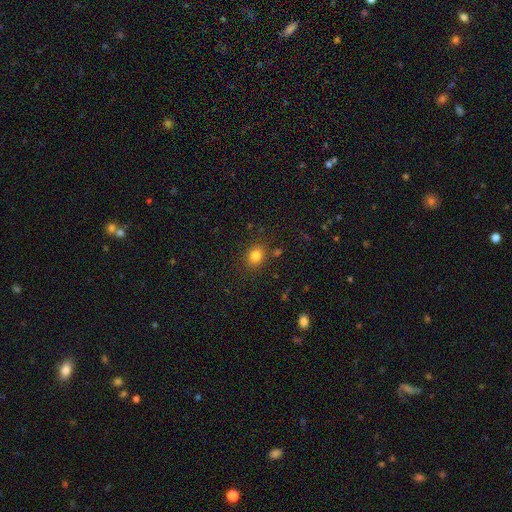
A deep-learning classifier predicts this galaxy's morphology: This appears to be a smooth galaxy with no disk features (82%) that is round (59%). Merging: none (82%).